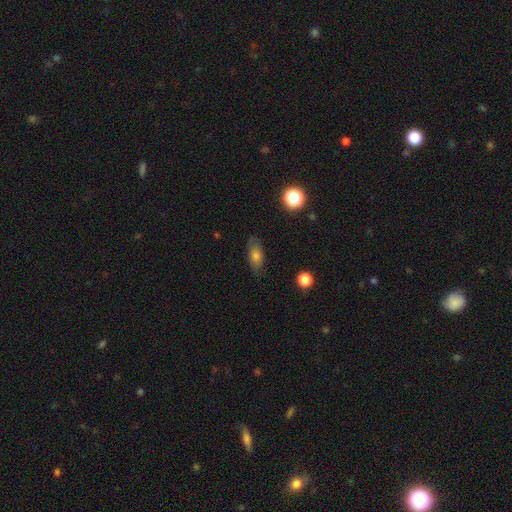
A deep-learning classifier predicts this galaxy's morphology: smooth_or_featured: smooth (p=0.72) [alt: featured or disk p=0.19]
how_rounded: in between (p=0.83) [alt: cigar-shaped p=0.10]
merging: none (p=0.78) [alt: minor disturbance p=0.17]